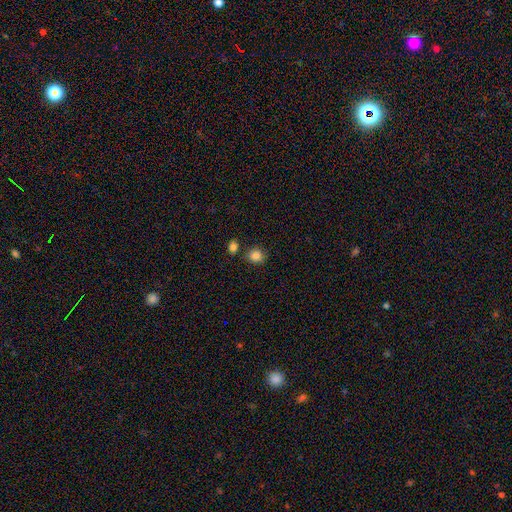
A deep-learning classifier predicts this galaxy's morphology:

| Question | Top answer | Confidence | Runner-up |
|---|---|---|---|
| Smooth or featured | smooth | 86% | star or artifact (10%) |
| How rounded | round | 76% | in between (23%) |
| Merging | none | 77% | minor disturbance (11%) |